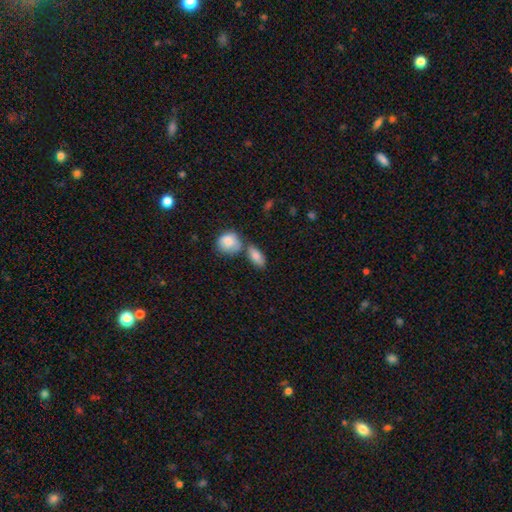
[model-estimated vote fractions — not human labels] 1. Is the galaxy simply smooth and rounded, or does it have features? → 83% smooth, 10% featured or disk, 7% star or artifact.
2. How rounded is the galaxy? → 84% in between, 9% cigar-shaped, 8% round.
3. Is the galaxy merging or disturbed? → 55% none, 28% merger, 13% minor disturbance, 4% major disturbance.